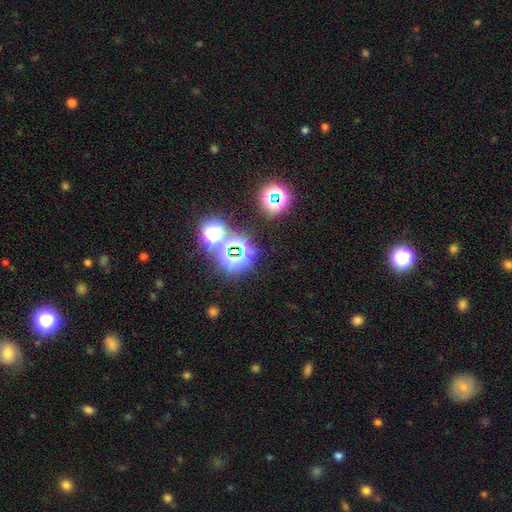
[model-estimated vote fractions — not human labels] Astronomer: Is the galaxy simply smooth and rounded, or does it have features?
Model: star or artifact — 75%.